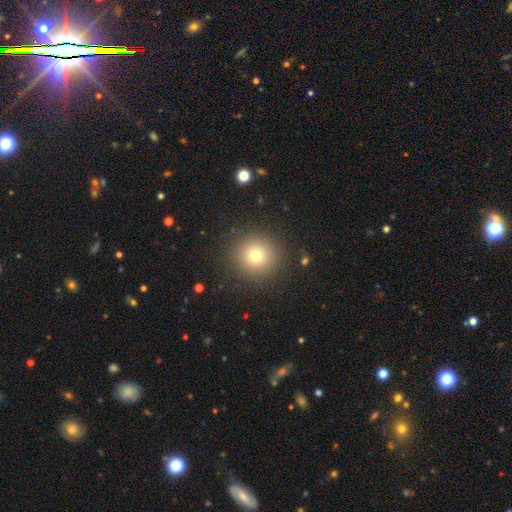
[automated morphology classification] Q: Smooth or featured?
A: smooth (74%); runner-up: star or artifact (16%)
Q: How rounded?
A: round (94%); runner-up: in between (5%)
Q: Merging?
A: none (89%); runner-up: minor disturbance (6%)